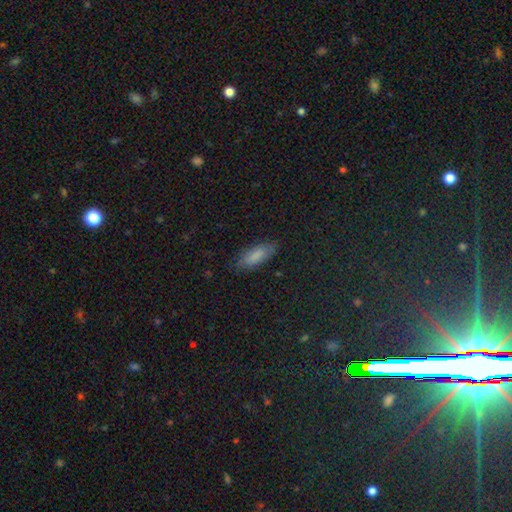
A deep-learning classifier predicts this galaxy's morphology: Q: Smooth or featured?
A: smooth (80%); runner-up: featured or disk (11%)
Q: How rounded?
A: in between (71%); runner-up: cigar-shaped (27%)
Q: Merging?
A: none (80%); runner-up: minor disturbance (15%)